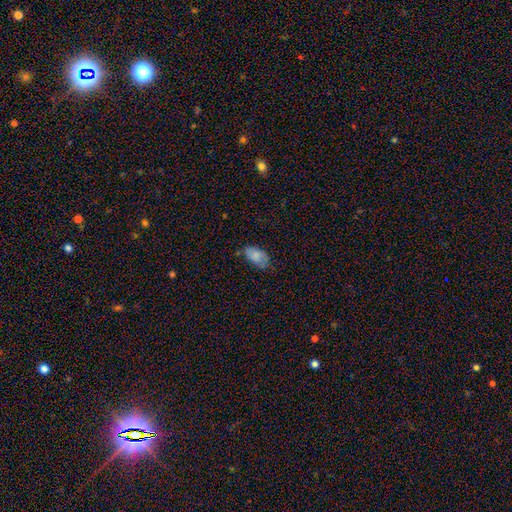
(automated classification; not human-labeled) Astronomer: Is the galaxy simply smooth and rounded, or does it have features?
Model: smooth — 82%.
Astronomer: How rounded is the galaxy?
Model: in between — 94%.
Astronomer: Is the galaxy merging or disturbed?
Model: none — 64%.